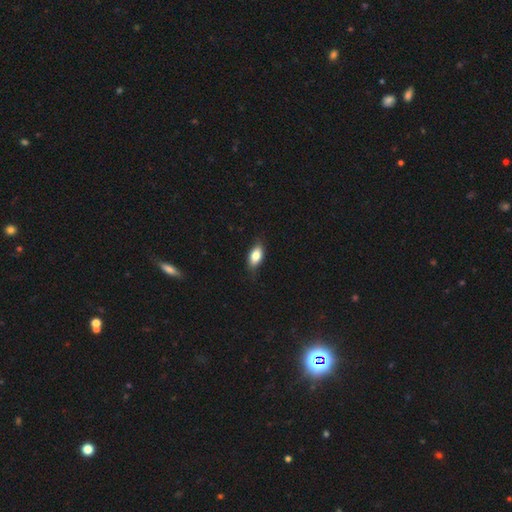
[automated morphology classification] The model was most divided on "merging": none: 77%, minor disturbance: 18%, major disturbance: 3%, merger: 1%. More confident: how rounded — in between (87%); smooth or featured — smooth (81%).